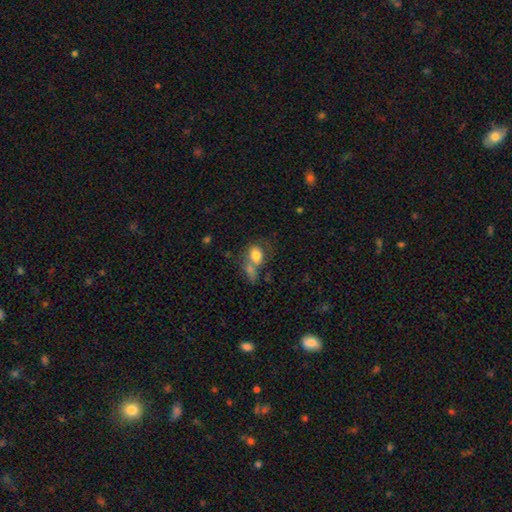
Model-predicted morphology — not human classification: A smooth galaxy with no disk features (76%) that is in between round and cigar-shaped (65%).

Vote fractions:
- Smooth or featured? smooth: 76% / featured or disk: 16% / star or artifact: 9%
- How rounded? in between: 65% / round: 33% / cigar-shaped: 2%
- Merging? merger: 46% / none: 29% / minor disturbance: 14% / major disturbance: 11%